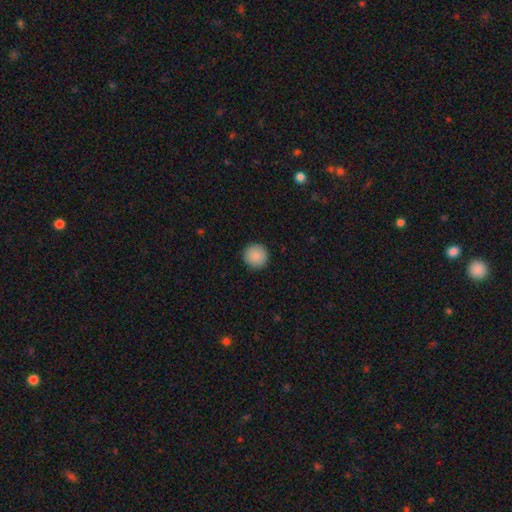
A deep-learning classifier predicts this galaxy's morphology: A smooth galaxy with no disk features (90%) that is round (96%).

Vote fractions:
- Smooth or featured? smooth: 90% / star or artifact: 7% / featured or disk: 3%
- How rounded? round: 96% / in between: 4% / cigar-shaped: 1%
- Merging? none: 92% / minor disturbance: 5% / major disturbance: 2% / merger: 1%